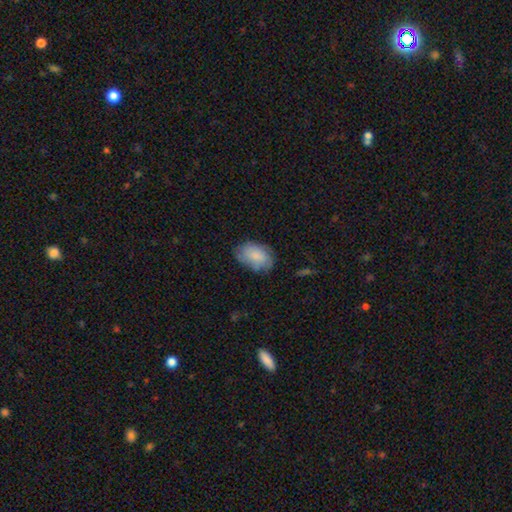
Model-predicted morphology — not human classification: A smooth galaxy with no disk features (75%) that is in between round and cigar-shaped (88%). Merging: none (69%).